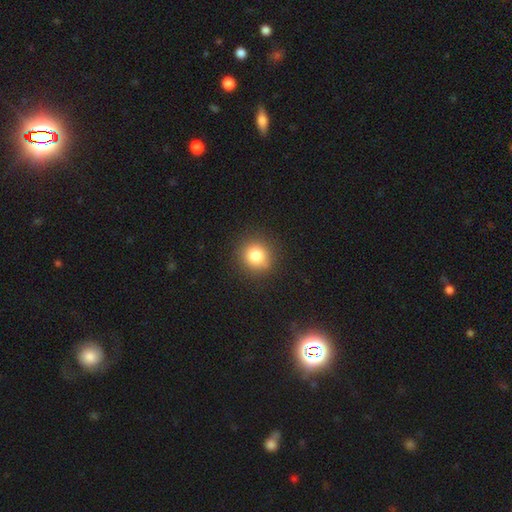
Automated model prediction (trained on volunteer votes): This appears to be a smooth galaxy with no disk features (82%) that is round (90%). Merging: none (89%).